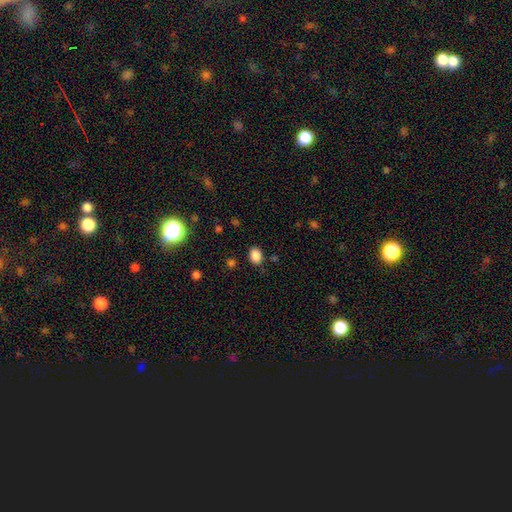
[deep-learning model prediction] The model was most divided on "how rounded": in between: 68%, round: 31%, cigar-shaped: 1%. More confident: smooth or featured — smooth (86%); merging — none (82%).